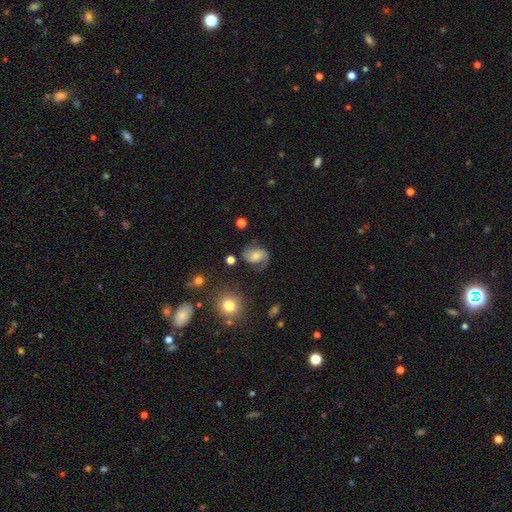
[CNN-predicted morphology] Smooth or featured?
  - featured or disk: 72% *
  - smooth: 20%
  - star or artifact: 8%
Edge-on disk?
  - no: 98% *
  - yes: 2%
Bar?
  - no: 61% *
  - weak: 32%
  - strong: 7%
Spiral arms?
  - yes: 94% *
  - no: 6%
Spiral winding?
  - medium: 48% *
  - loose: 31%
  - tight: 21%
Spiral arm count?
  - 2: 82% *
  - 1: 10%
  - can't tell: 5%
  - 3: 1%
  - 4: 1%
  - more than 4: 1%
Bulge size?
  - small: 46% *
  - moderate: 42%
  - none: 6%
  - large: 5%
  - dominant: 1%
Merging?
  - none: 65% *
  - minor disturbance: 20%
  - major disturbance: 12%
  - merger: 3%